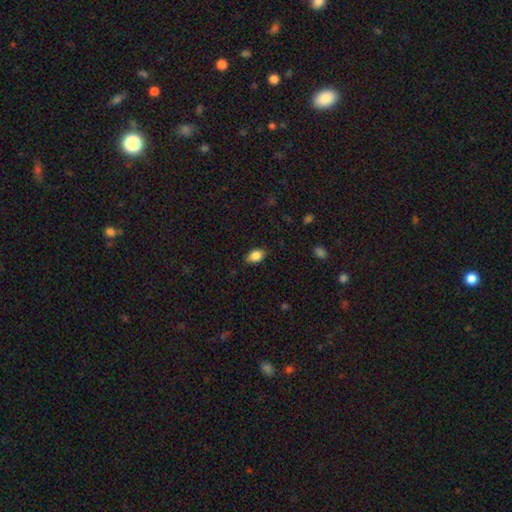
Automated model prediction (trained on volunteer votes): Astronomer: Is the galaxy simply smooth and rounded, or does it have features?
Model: smooth — 85%.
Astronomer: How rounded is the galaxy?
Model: in between — 88%.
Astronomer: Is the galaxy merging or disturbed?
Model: none — 85%.